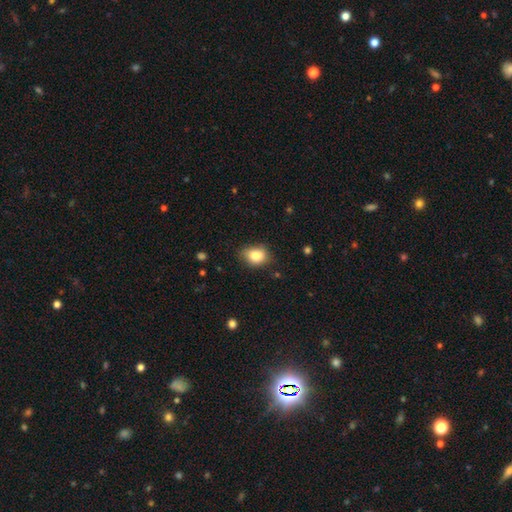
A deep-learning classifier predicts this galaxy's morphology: Smooth or featured? Predicted: smooth (p=0.85). How rounded? Predicted: in between (p=0.59). Merging? Predicted: none (p=0.72).